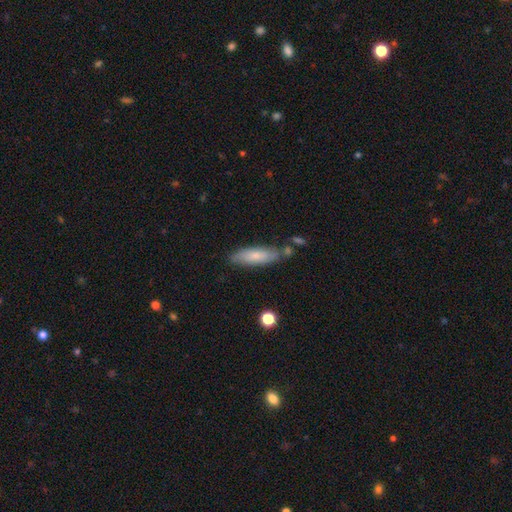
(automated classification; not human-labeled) smooth-or-featured: smooth: 74% | featured or disk: 19% | star or artifact: 6%
  how-rounded: cigar-shaped: 57% | in between: 41% | round: 2%
  merging: none: 72% | minor disturbance: 17% | merger: 7% | major disturbance: 4%